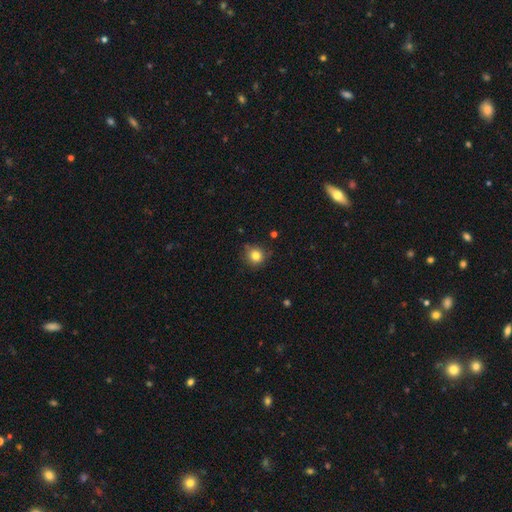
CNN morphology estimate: This appears to be a smooth galaxy with no disk features (82%) that is round (89%). Merging: none (80%).